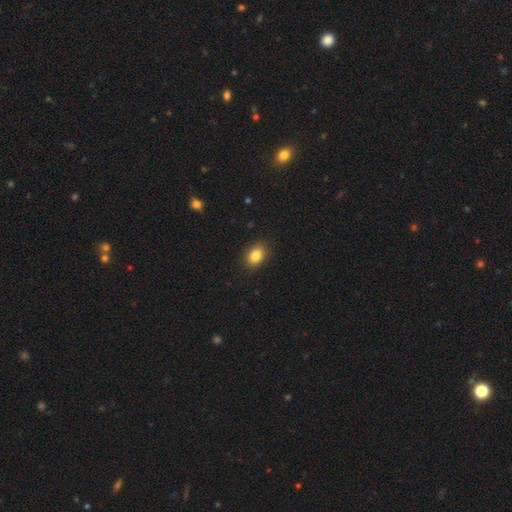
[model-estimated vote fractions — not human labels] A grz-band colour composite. It shows a smooth galaxy with no disk features (84%) that is in between round and cigar-shaped (74%). Merging: none (88%).